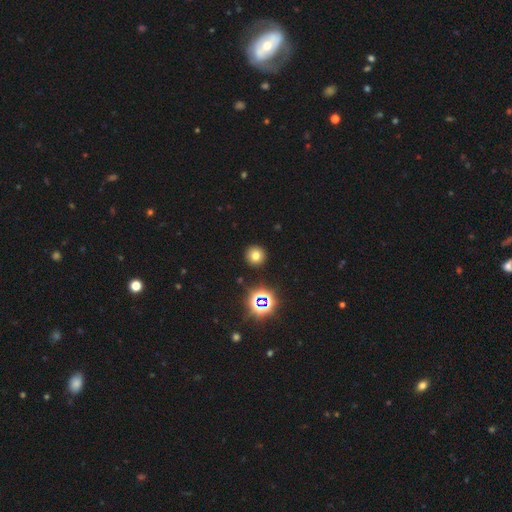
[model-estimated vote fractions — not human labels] Smooth or featured: smooth — 70% (star or artifact — 21%)
How rounded: round — 94% (in between — 5%)
Merging: none — 91% (minor disturbance — 5%)